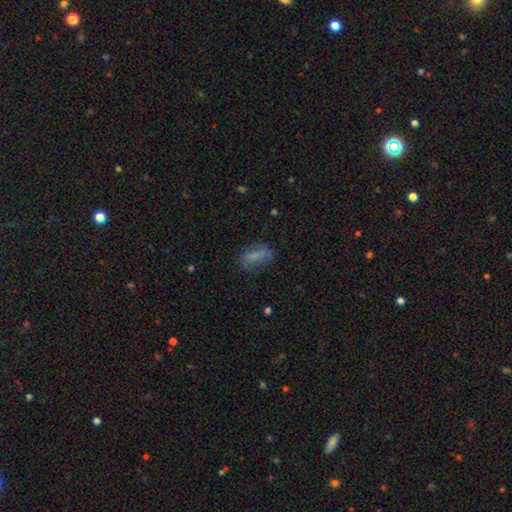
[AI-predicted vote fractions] This is likely a smooth galaxy (65%). How rounded: likely in between (75%). Merging: likely none (66%).